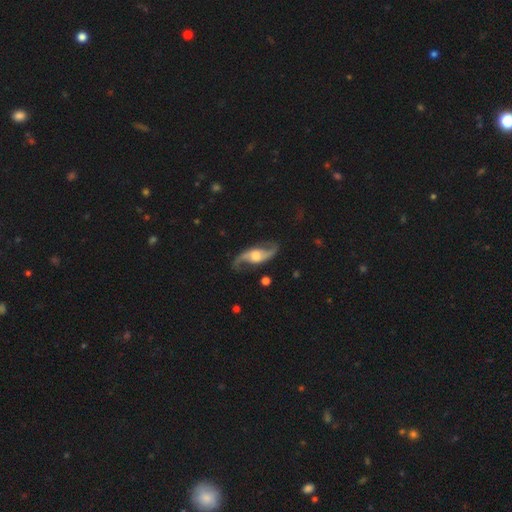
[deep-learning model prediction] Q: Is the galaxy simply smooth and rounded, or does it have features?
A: featured or disk — 89%.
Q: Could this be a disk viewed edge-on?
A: no — 93%.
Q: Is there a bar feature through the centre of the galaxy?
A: no — 51%.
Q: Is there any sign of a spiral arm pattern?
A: yes — 97%.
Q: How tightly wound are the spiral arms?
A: loose — 70%.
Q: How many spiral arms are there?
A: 2 — 94%.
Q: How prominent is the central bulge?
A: moderate — 51%.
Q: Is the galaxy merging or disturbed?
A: none — 78%.